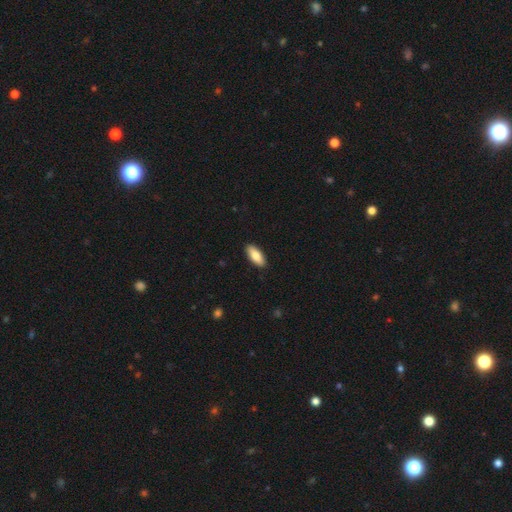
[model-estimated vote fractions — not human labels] This is clearly a smooth galaxy (83%). How rounded: likely in between (78%). Merging: clearly none (90%).